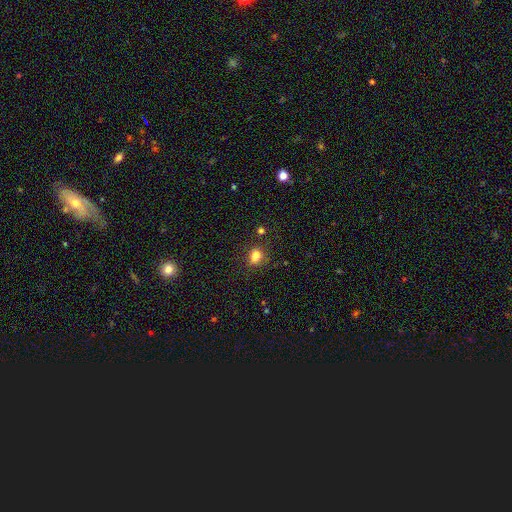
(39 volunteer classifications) A smooth galaxy with no disk features (79%) that is in between round and cigar-shaped (52%). Merging: none (67%).